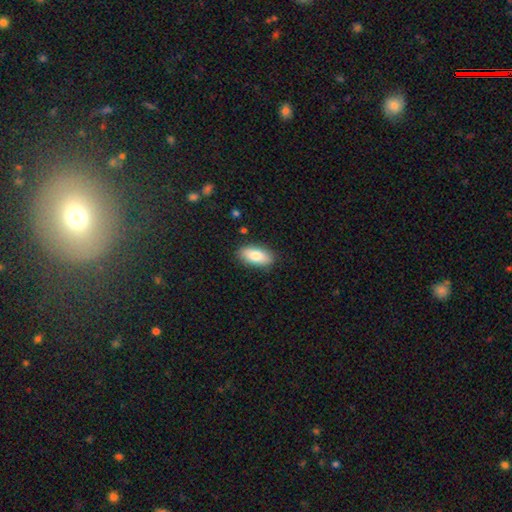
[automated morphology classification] Smooth or featured?
  - smooth: 83% *
  - featured or disk: 11%
  - star or artifact: 6%
How rounded?
  - in between: 90% *
  - cigar-shaped: 7%
  - round: 3%
Merging?
  - none: 87% *
  - minor disturbance: 10%
  - major disturbance: 2%
  - merger: 1%